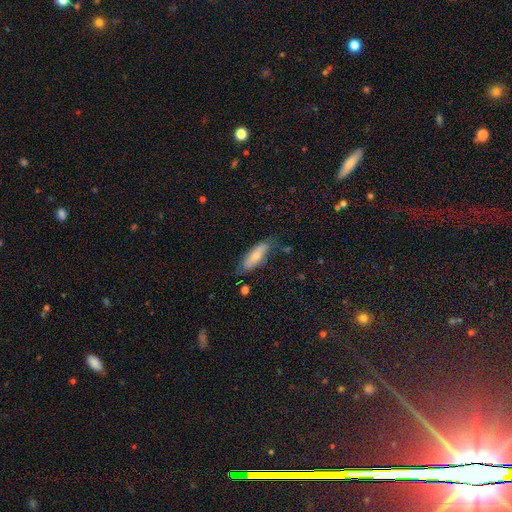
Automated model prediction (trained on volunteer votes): Morphology: type=smooth (76%); roundness=in between (56%); merging=none (70%).